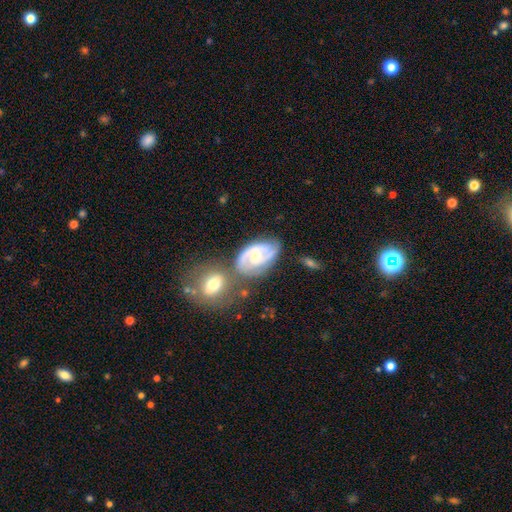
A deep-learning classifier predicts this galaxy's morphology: A featured or disk galaxy (82%) with a weak bar (48%), 2 (72%) medium (46%) spiral arms (95%) and a small central bulge (49%). Merging: none (53%).